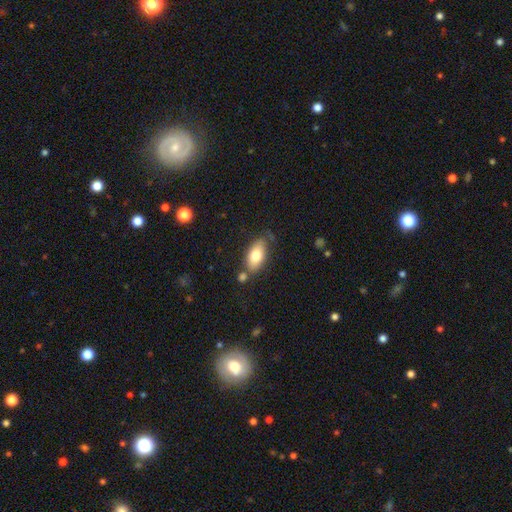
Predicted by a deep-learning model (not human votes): The model was most divided on "merging": none: 67%, minor disturbance: 18%, merger: 10%, major disturbance: 5%. More confident: how rounded — in between (90%); smooth or featured — smooth (76%).